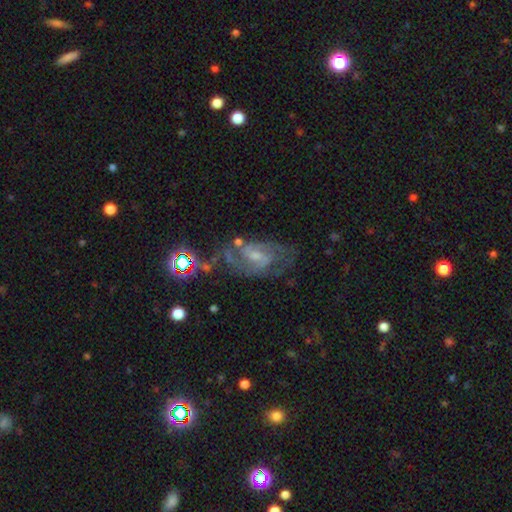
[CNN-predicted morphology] featured or disk 80%, smooth 10%, star or artifact 10%. Down the decision tree: edge-on disk — no (96%); bar — weak (56%); spiral arms — yes (92%); spiral arm count — 2 (65%); spiral winding — medium (53%); bulge size — small (49%); merging — none (55%).